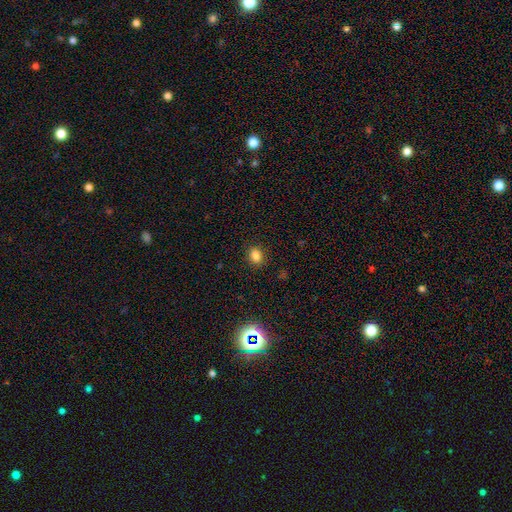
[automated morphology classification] This appears to be a smooth galaxy with no disk features (83%) that is in between round and cigar-shaped (62%). Merging: none (88%).